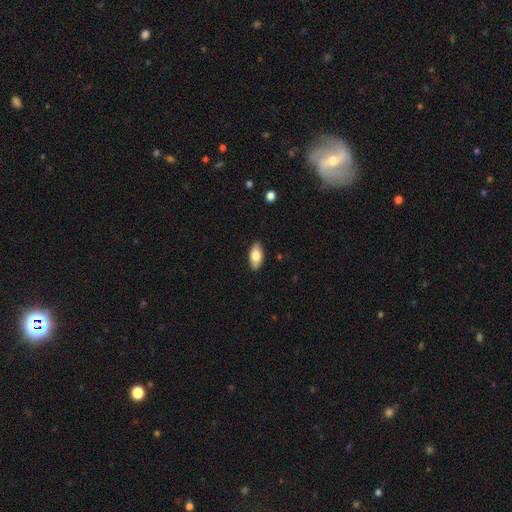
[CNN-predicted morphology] smooth-or-featured: smooth: 80% | featured or disk: 14% | star or artifact: 6%
  how-rounded: in between: 91% | cigar-shaped: 6% | round: 3%
  merging: none: 88% | minor disturbance: 9% | major disturbance: 2% | merger: 1%